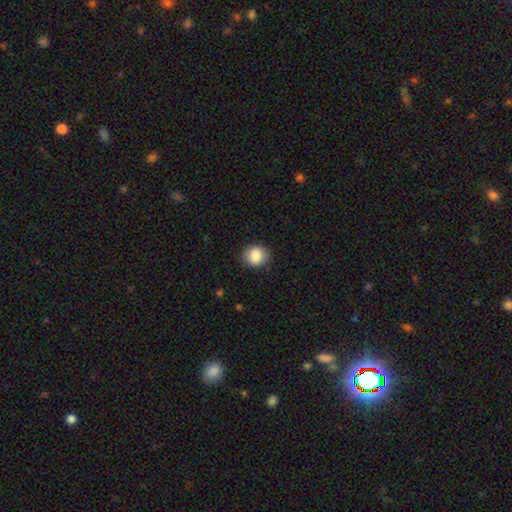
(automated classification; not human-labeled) Morphology: type=smooth (88%); roundness=round (80%); merging=none (85%).